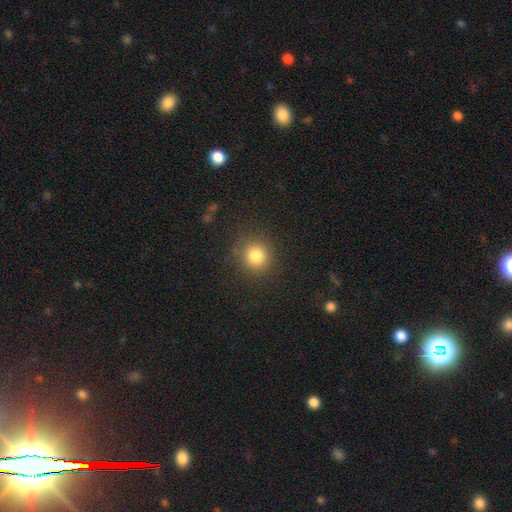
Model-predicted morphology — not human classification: Smooth or featured: smooth — 82% (star or artifact — 13%)
How rounded: round — 89% (in between — 10%)
Merging: none — 86% (minor disturbance — 9%)